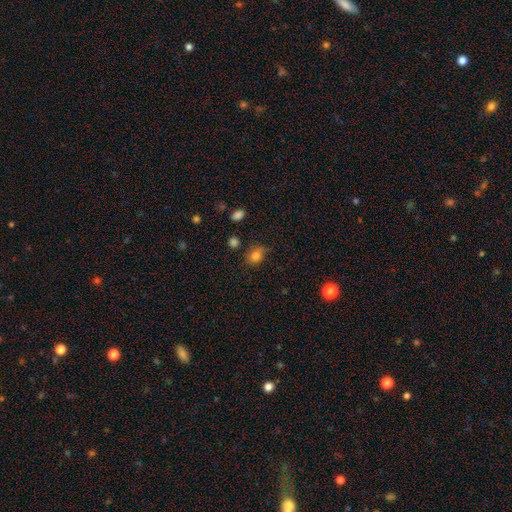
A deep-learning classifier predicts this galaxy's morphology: smooth_or_featured: smooth (p=0.81) [alt: star or artifact p=0.11]
how_rounded: in between (p=0.57) [alt: round p=0.41]
merging: none (p=0.66) [alt: minor disturbance p=0.26]